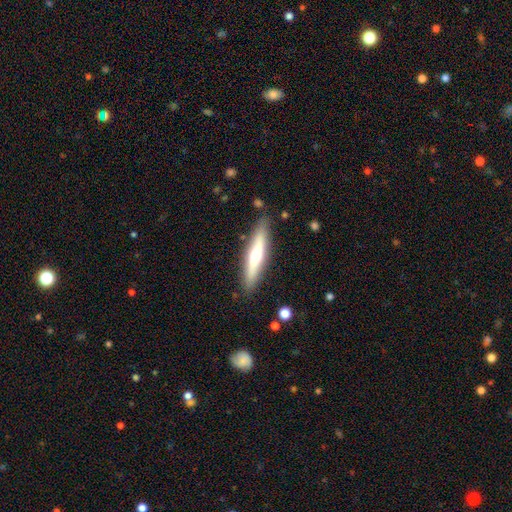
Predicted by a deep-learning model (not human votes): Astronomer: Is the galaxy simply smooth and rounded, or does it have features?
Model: featured or disk — 51% (runner-up: smooth, 43%).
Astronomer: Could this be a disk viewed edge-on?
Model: yes — 89%.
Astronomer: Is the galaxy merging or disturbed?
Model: none — 86%.